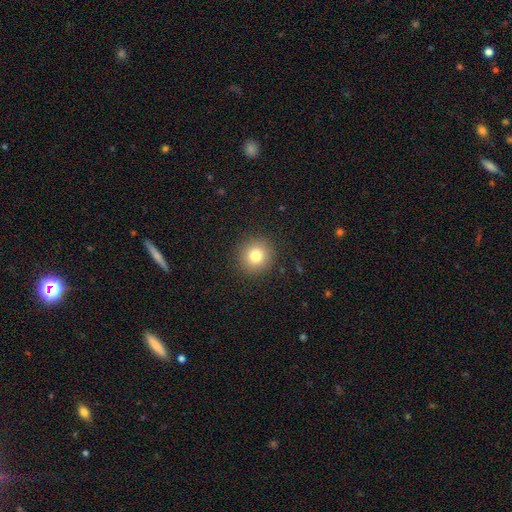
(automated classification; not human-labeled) Smooth or featured? smooth (79%)
How rounded? round (93%)
Merging? none (91%)